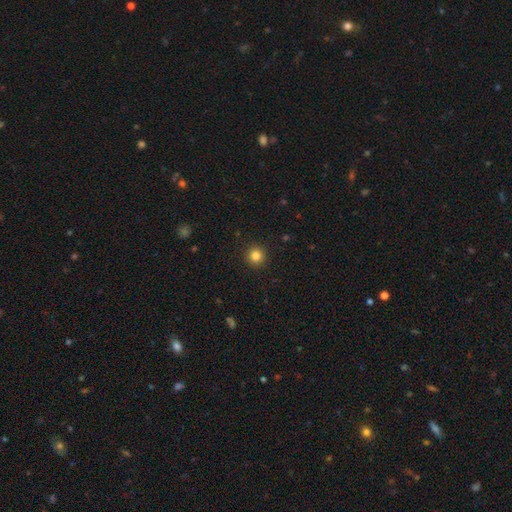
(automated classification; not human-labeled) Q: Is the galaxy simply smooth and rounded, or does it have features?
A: smooth — 83%.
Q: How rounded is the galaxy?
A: round — 95%.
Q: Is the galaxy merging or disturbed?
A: none — 92%.